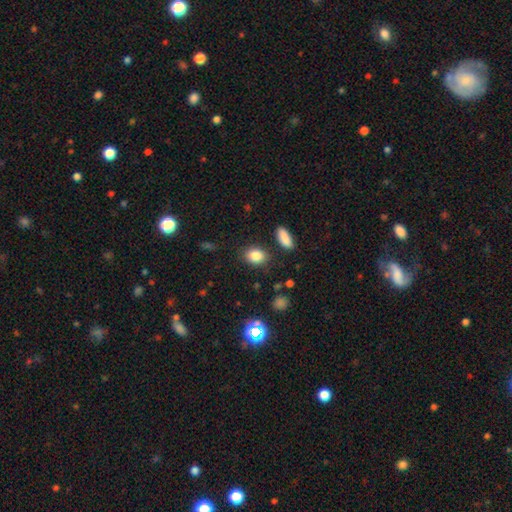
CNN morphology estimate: Smooth or featured? smooth (84%)
How rounded? in between (65%)
Merging? none (83%)